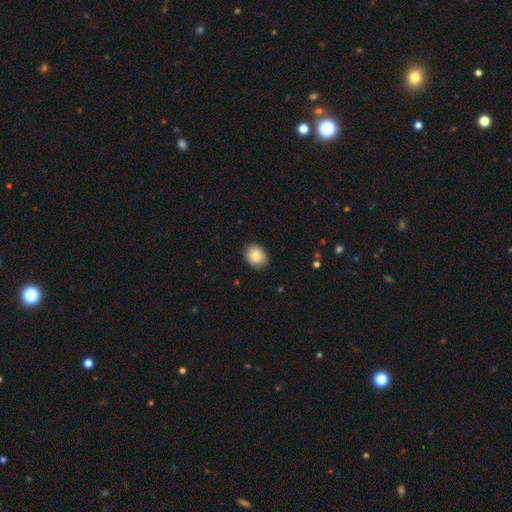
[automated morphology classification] The model was most divided on "how rounded": in between: 53%, round: 47%, cigar-shaped: 1%. More confident: merging — none (87%); smooth or featured — smooth (84%).